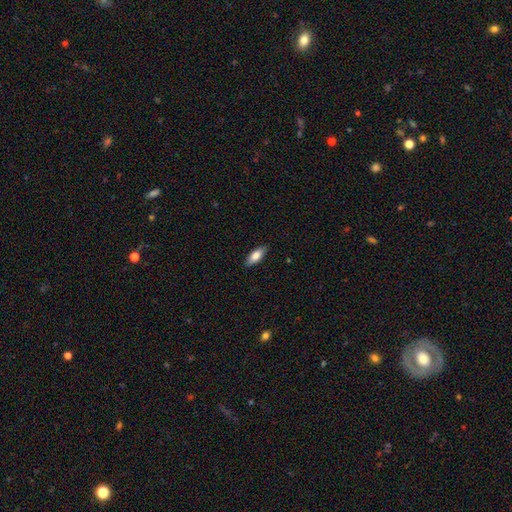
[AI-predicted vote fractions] smooth_or_featured: smooth (p=0.79) [alt: featured or disk p=0.15]
how_rounded: in between (p=0.77) [alt: cigar-shaped p=0.21]
merging: none (p=0.87) [alt: minor disturbance p=0.10]